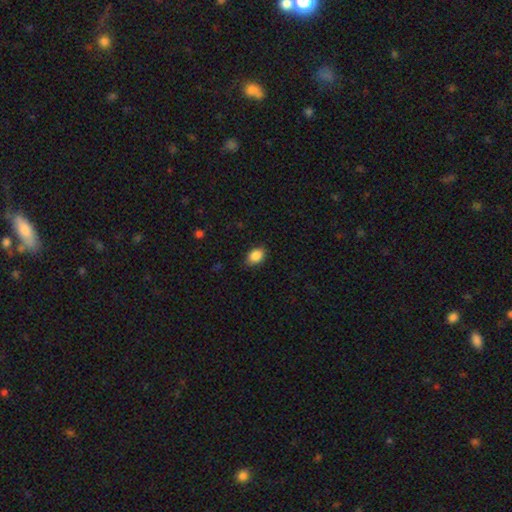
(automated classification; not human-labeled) Smooth or featured?
  - smooth: 88% *
  - star or artifact: 8%
  - featured or disk: 4%
How rounded?
  - in between: 77% *
  - round: 21%
  - cigar-shaped: 1%
Merging?
  - none: 84% *
  - minor disturbance: 13%
  - major disturbance: 2%
  - merger: 1%